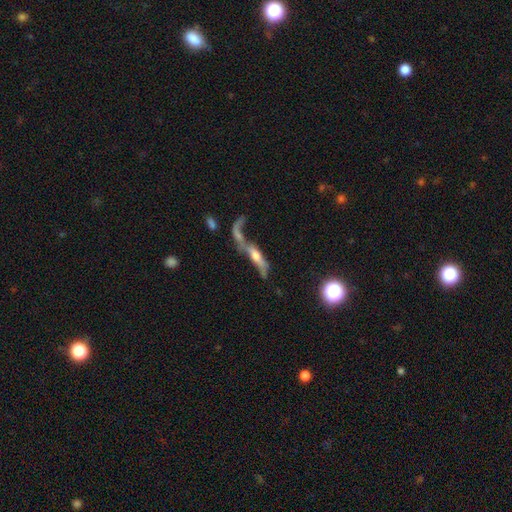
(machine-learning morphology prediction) Overall: featured or disk (55%; smooth 34%). Edge-on disk: no (52%; yes 48%). Merging: merger (48%; major disturbance 26%).